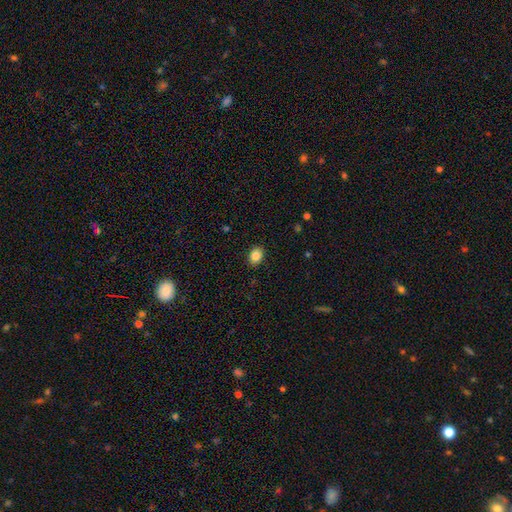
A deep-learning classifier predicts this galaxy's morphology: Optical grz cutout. It shows a smooth galaxy with no disk features (86%) that is in between round and cigar-shaped (60%). Merging: none (89%).